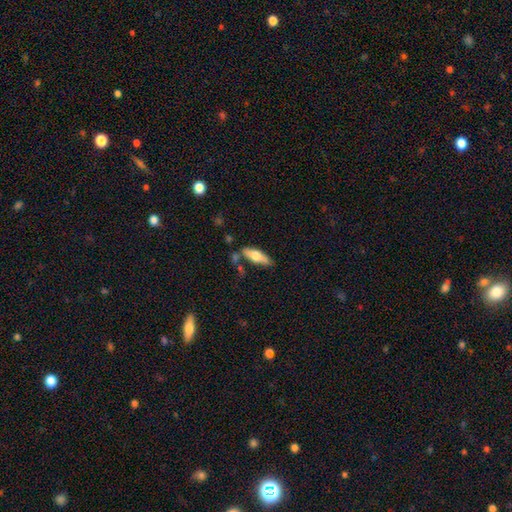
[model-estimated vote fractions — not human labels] Morphology: type=smooth (59%); roundness=in between (55%); merging=none (68%).